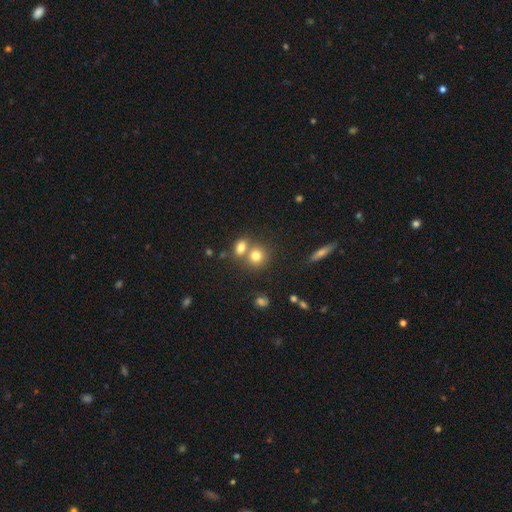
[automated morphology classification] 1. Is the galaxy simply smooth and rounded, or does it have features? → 77% smooth, 12% star or artifact, 12% featured or disk.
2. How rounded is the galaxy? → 68% round, 30% in between, 2% cigar-shaped.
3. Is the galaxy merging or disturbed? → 45% merger, 44% none, 8% minor disturbance, 3% major disturbance.